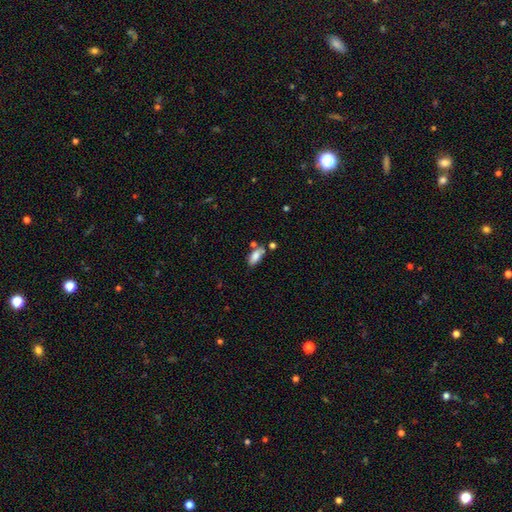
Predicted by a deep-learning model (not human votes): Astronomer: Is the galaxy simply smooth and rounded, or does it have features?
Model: smooth — 80%.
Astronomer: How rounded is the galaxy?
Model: in between — 84%.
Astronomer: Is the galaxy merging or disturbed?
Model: none — 59%.